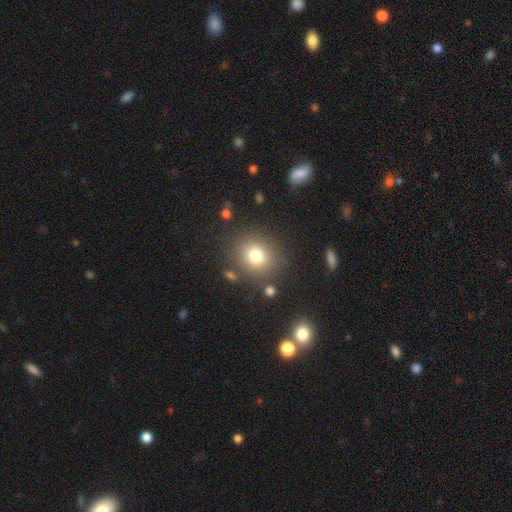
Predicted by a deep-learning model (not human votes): Smooth or featured? smooth (77%)
How rounded? round (83%)
Merging? none (82%)